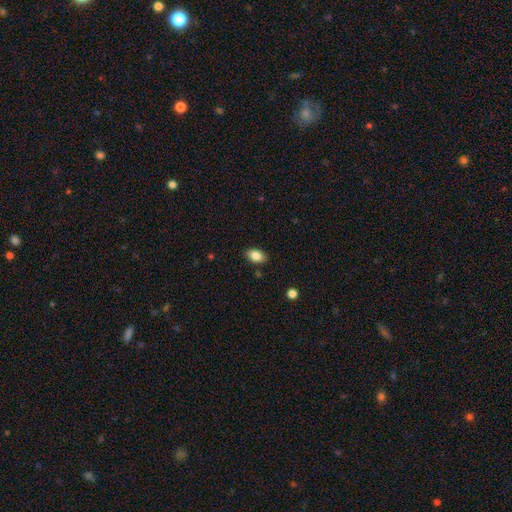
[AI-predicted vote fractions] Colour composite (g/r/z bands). It shows a smooth galaxy with no disk features (85%) that is in between round and cigar-shaped (89%). Merging: none (86%).